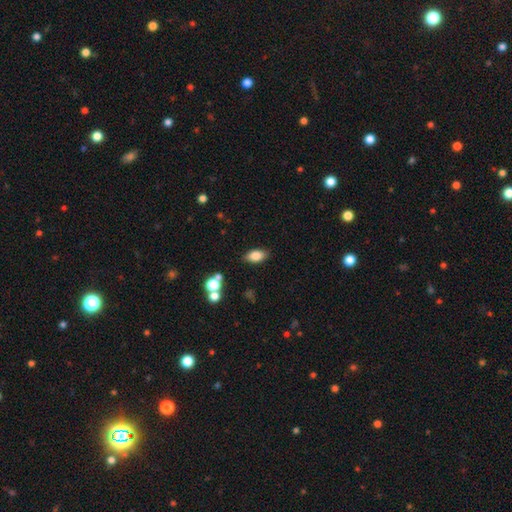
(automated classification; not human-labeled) smooth 81%, star or artifact 10%, featured or disk 10%. Down the decision tree: how rounded — in between (89%); merging — none (83%).